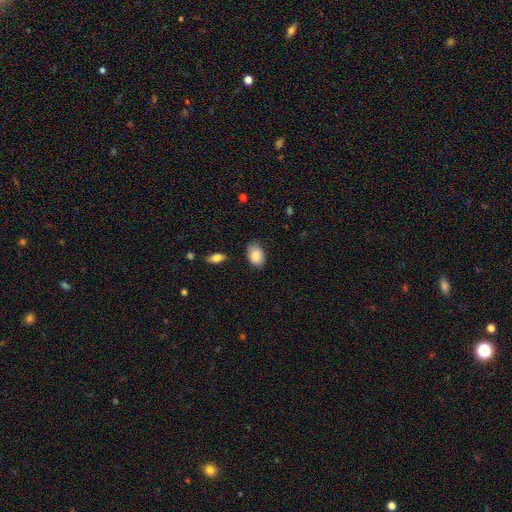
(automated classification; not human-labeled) This is clearly a smooth galaxy (86%). How rounded: clearly in between (86%). Merging: likely none (76%).